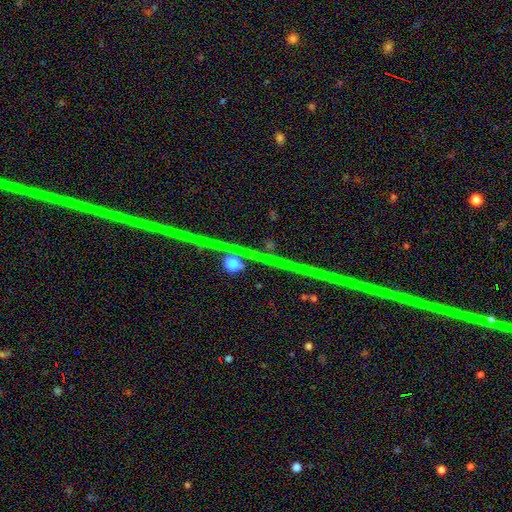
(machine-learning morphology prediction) The model was most divided on "smooth or featured": star or artifact: 65%, featured or disk: 21%, smooth: 14%.